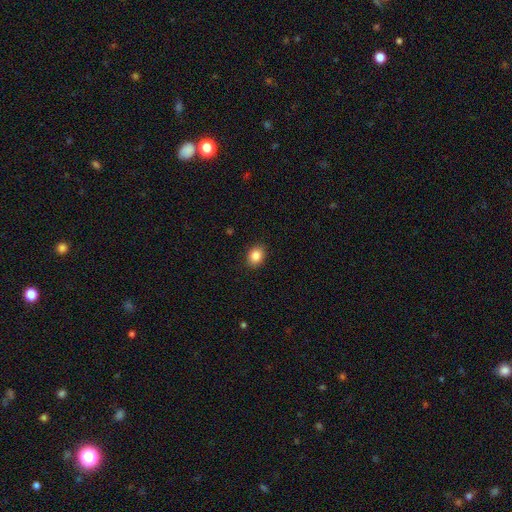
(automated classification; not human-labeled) Smooth or featured? smooth (86%)
How rounded? in between (56%)
Merging? none (90%)